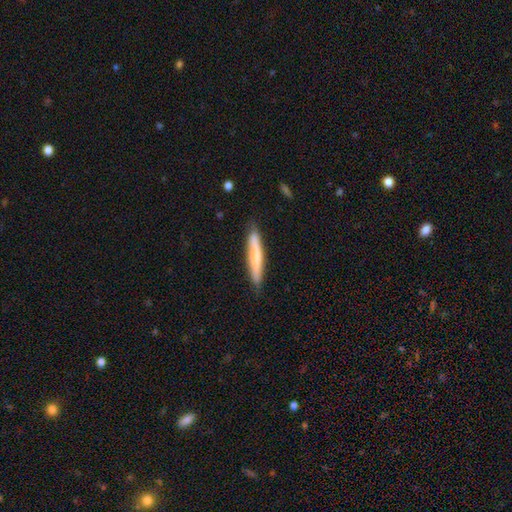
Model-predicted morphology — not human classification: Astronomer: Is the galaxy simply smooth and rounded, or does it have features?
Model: smooth — 63%.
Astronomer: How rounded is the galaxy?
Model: cigar-shaped — 93%.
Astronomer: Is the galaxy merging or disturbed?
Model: none — 84%.